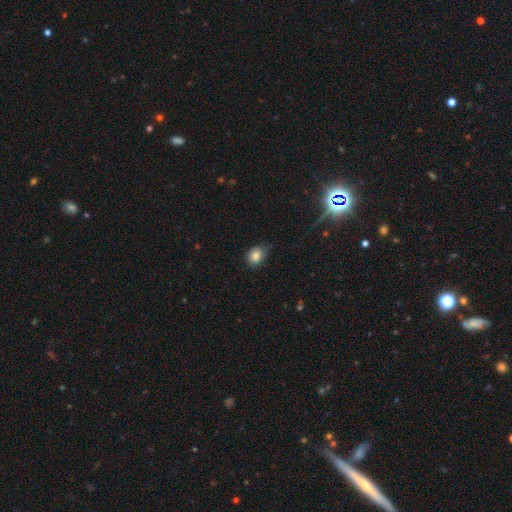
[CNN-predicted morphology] smooth-or-featured: smooth: 83% | star or artifact: 11% | featured or disk: 7%
  how-rounded: round: 55% | in between: 44% | cigar-shaped: 1%
  merging: none: 67% | minor disturbance: 27% | major disturbance: 5% | merger: 2%